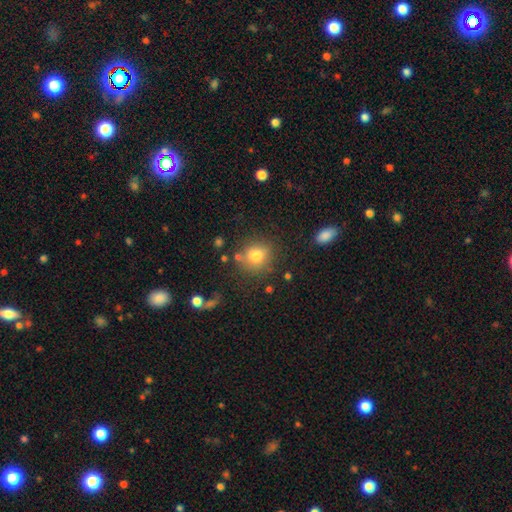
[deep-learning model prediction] A smooth galaxy with no disk features (78%) that is round (79%).

Vote fractions:
- Smooth or featured? smooth: 78% / star or artifact: 13% / featured or disk: 10%
- How rounded? round: 79% / in between: 20% / cigar-shaped: 1%
- Merging? none: 75% / minor disturbance: 13% / merger: 6% / major disturbance: 5%